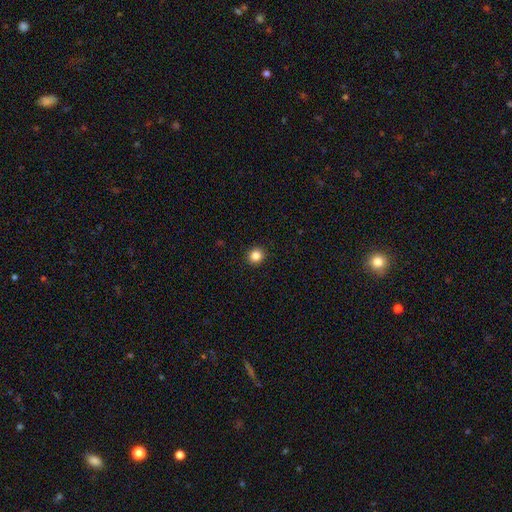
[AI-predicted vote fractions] A smooth galaxy with no disk features (85%) that is round (90%). Merging: none (93%).